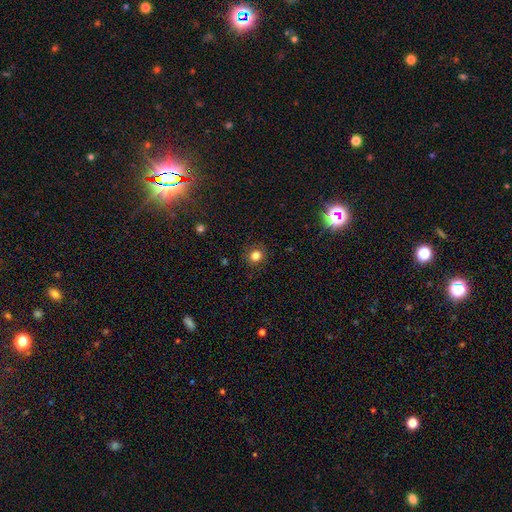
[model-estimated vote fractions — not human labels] smooth_or_featured: smooth (p=0.81) [alt: star or artifact p=0.13]
how_rounded: round (p=0.83) [alt: in between p=0.16]
merging: none (p=0.88) [alt: minor disturbance p=0.08]